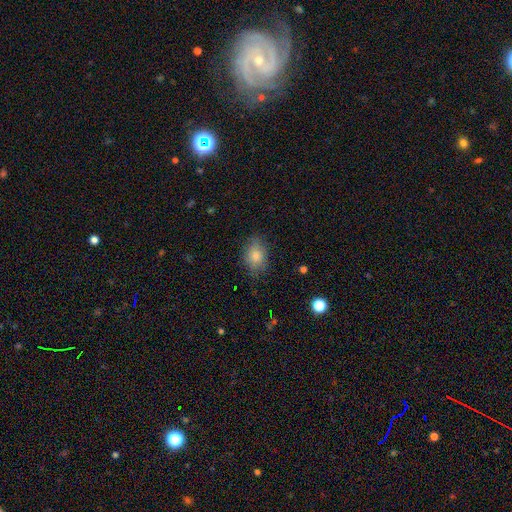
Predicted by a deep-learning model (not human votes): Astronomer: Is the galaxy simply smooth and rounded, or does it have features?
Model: smooth — 81%.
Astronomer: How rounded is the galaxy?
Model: in between — 71%.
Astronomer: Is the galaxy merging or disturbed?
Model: none — 78%.